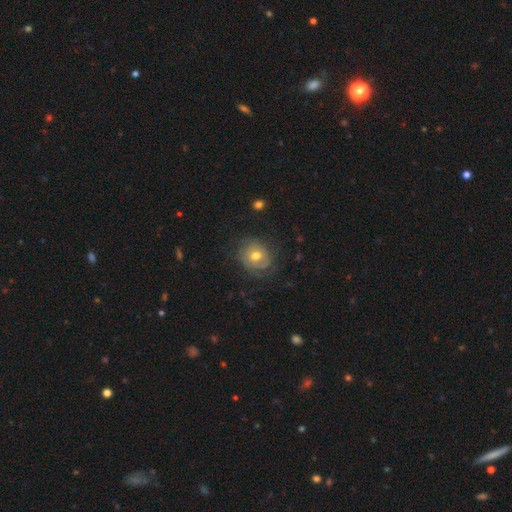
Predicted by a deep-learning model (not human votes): Q: Smooth or featured?
A: featured or disk (49%); runner-up: smooth (42%)
Q: Merging?
A: none (68%); runner-up: minor disturbance (20%)